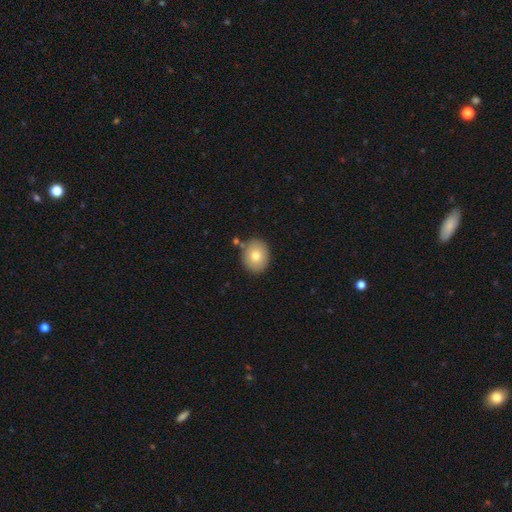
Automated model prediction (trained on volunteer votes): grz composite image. It shows a smooth galaxy with no disk features (77%) that is round (55%). Merging: none (82%).